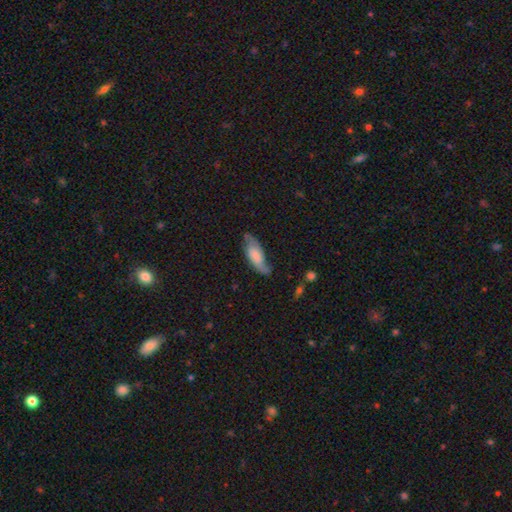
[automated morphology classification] smooth_or_featured: featured or disk (p=0.48) [alt: smooth p=0.45]
merging: none (p=0.58) [alt: minor disturbance p=0.28]